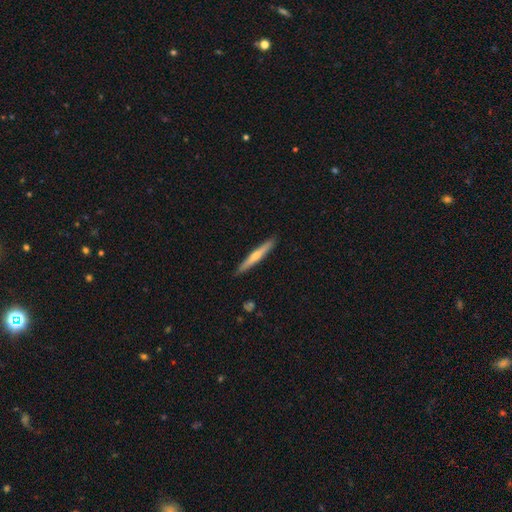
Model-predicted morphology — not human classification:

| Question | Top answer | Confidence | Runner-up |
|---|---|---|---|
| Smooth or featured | featured or disk | 52% | smooth (43%) |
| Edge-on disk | yes | 96% | no (4%) |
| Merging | none | 90% | minor disturbance (7%) |